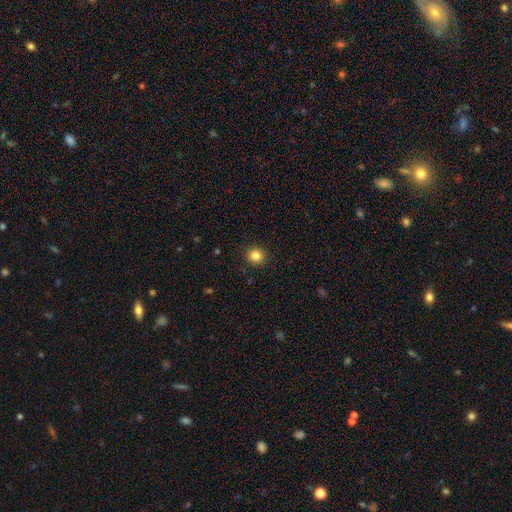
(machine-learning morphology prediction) smooth_or_featured: smooth (p=0.83) [alt: star or artifact p=0.12]
how_rounded: round (p=0.90) [alt: in between p=0.09]
merging: none (p=0.92) [alt: minor disturbance p=0.06]